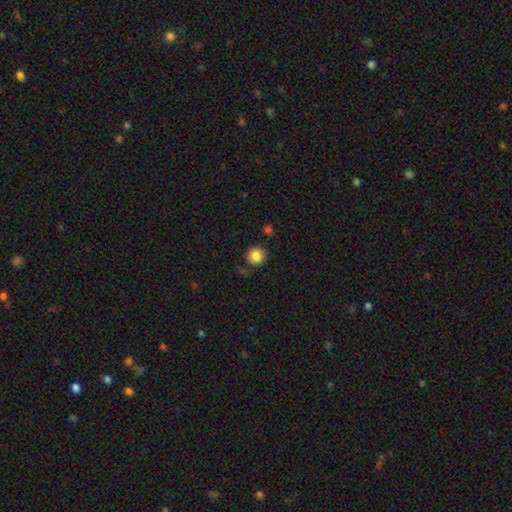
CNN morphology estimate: smooth_or_featured: smooth (p=0.85) [alt: star or artifact p=0.10]
how_rounded: round (p=0.94) [alt: in between p=0.05]
merging: none (p=0.87) [alt: minor disturbance p=0.08]